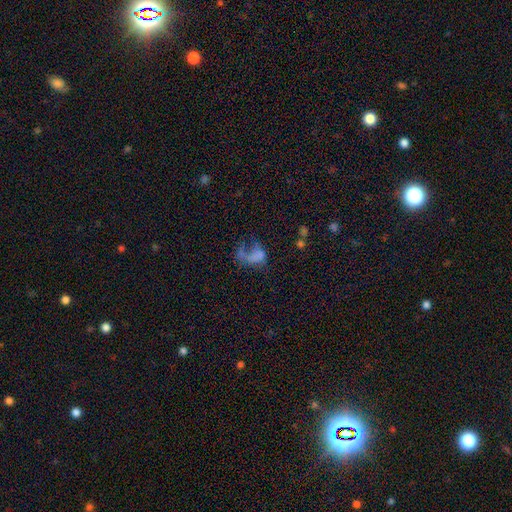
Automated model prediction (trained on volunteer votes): This appears to be a smooth galaxy with no disk features (47%). Merging: major disturbance (56%).